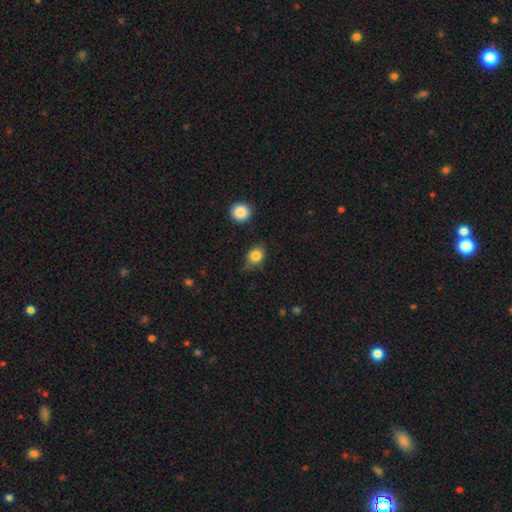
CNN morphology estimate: type=smooth (83%); roundness=round (56%); merging=none (67%).